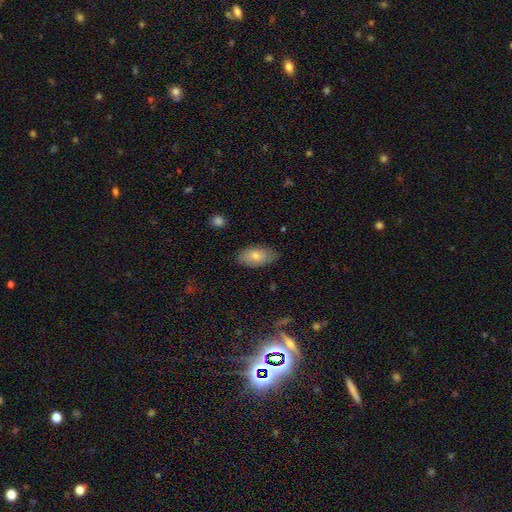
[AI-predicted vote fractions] smooth_or_featured: smooth (p=0.65) [alt: featured or disk p=0.23]
how_rounded: in between (p=0.92) [alt: round p=0.05]
merging: none (p=0.81) [alt: minor disturbance p=0.15]